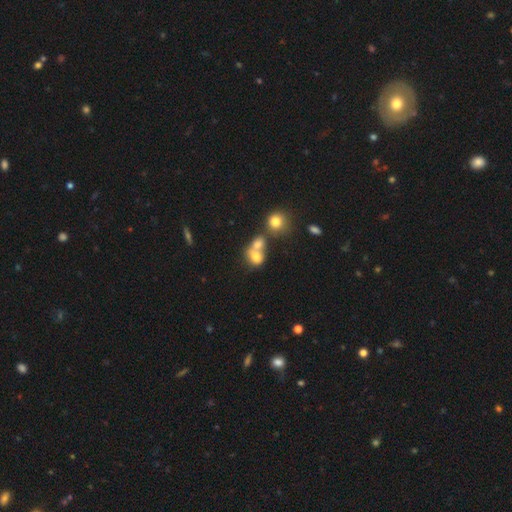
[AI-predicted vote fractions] This appears to be a smooth galaxy with no disk features (72%) that is round (52%). Merging: merger (64%).